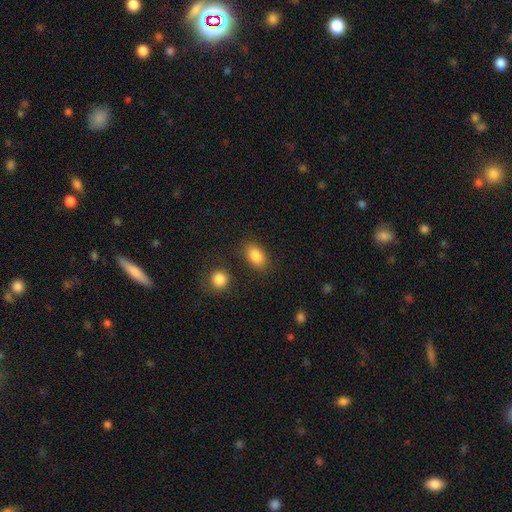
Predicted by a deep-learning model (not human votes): smooth_or_featured: smooth (p=0.87) [alt: star or artifact p=0.08]
how_rounded: in between (p=0.88) [alt: round p=0.10]
merging: none (p=0.81) [alt: minor disturbance p=0.11]